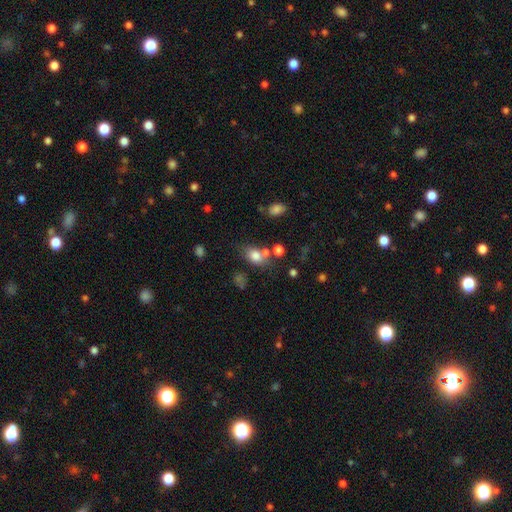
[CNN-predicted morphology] Q: Smooth or featured?
A: smooth (77%); runner-up: star or artifact (12%)
Q: How rounded?
A: in between (68%); runner-up: round (30%)
Q: Merging?
A: none (54%); runner-up: merger (23%)